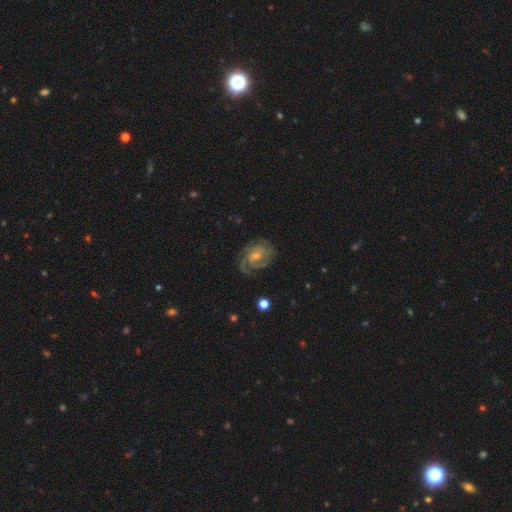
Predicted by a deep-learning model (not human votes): Smooth or featured: featured or disk — 82% (smooth — 9%)
Edge-on disk: no — 97% (yes — 3%)
Bar: no — 51% (weak — 40%)
Spiral arms: yes — 96% (no — 4%)
Spiral winding: tight — 59% (medium — 34%)
Spiral arm count: 2 — 33% (3 — 26%)
Bulge size: small — 52% (moderate — 41%)
Merging: none — 75% (minor disturbance — 16%)